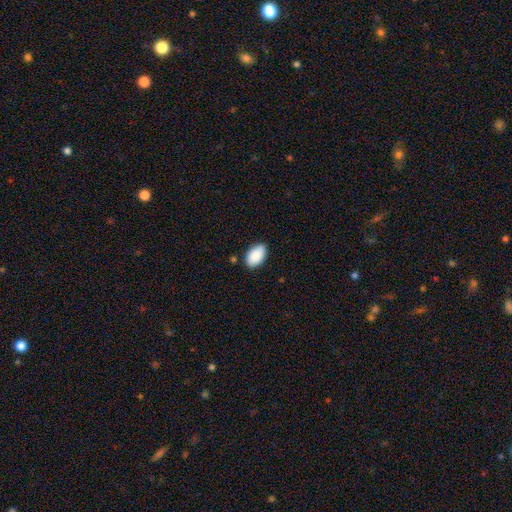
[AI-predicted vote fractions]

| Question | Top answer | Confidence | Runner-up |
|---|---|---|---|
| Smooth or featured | smooth | 90% | star or artifact (6%) |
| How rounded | in between | 93% | round (5%) |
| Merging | none | 85% | minor disturbance (11%) |